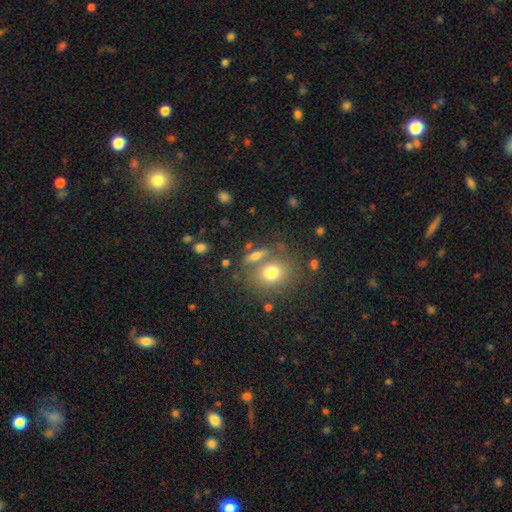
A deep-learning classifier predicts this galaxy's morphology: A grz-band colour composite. It shows a smooth galaxy with no disk features (67%) that is in between round and cigar-shaped (43%). Merging: none (62%).